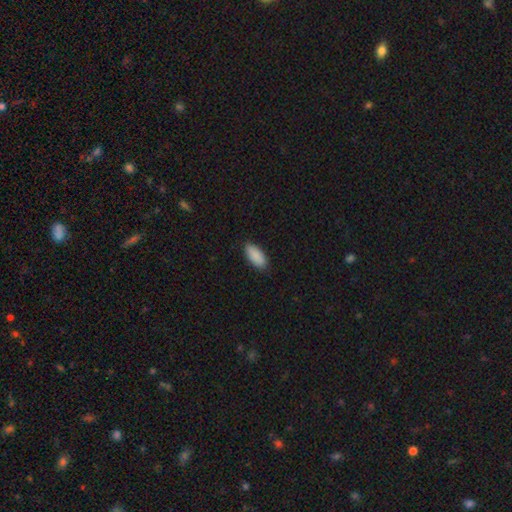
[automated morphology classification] Overall: smooth (90%). How rounded: in between (90%). Merging: none (87%).